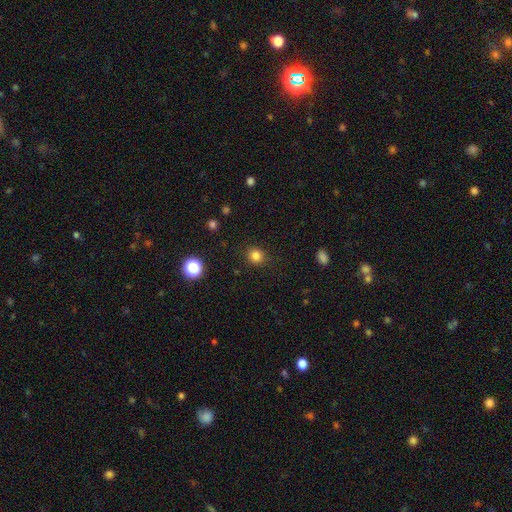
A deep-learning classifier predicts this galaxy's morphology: This is clearly a smooth galaxy (83%). How rounded: clearly round (85%). Merging: clearly none (89%).